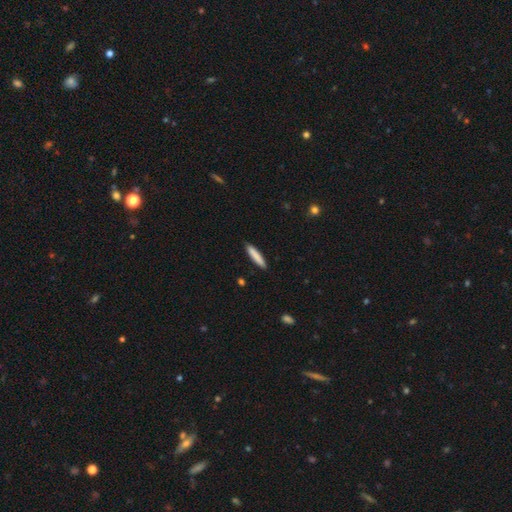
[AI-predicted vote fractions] Smooth or featured? Predicted: smooth (p=0.84). How rounded? Predicted: cigar-shaped (p=0.91). Merging? Predicted: none (p=0.90).